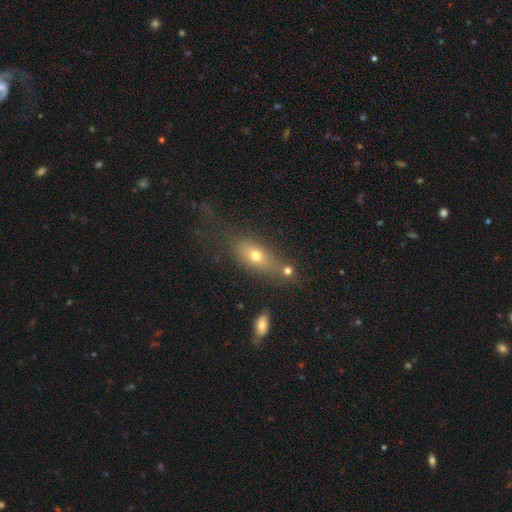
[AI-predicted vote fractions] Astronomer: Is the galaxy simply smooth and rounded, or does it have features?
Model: smooth — 66%.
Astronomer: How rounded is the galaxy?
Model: in between — 68%.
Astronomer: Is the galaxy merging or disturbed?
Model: none — 50%.